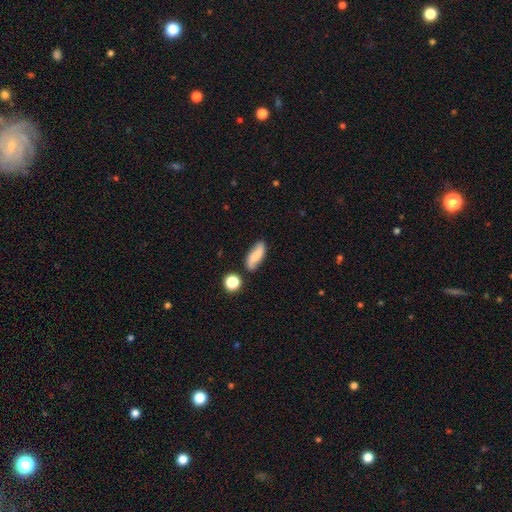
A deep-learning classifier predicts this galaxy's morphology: Q: Smooth or featured?
A: smooth (53%); runner-up: featured or disk (38%)
Q: How rounded?
A: in between (68%); runner-up: cigar-shaped (27%)
Q: Merging?
A: none (74%); runner-up: minor disturbance (17%)